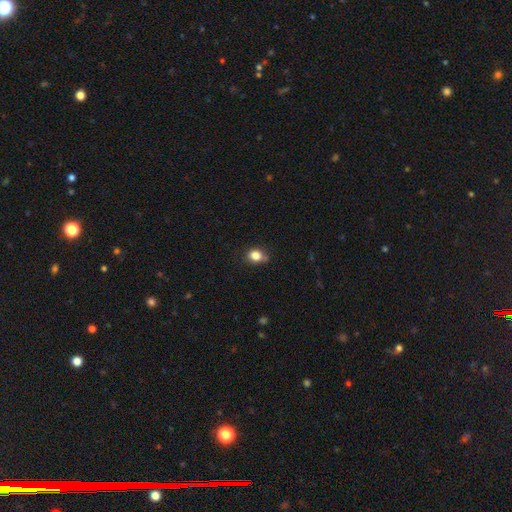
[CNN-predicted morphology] Smooth or featured? smooth (82%)
How rounded? round (57%)
Merging? none (68%)